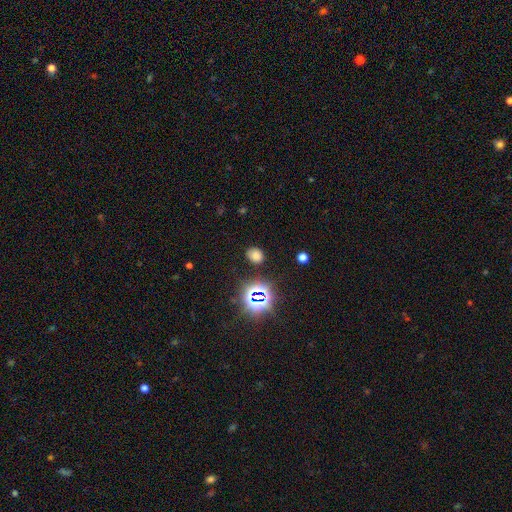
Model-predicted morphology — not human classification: smooth 69%, star or artifact 25%, featured or disk 7%. Down the decision tree: how rounded — round (51%); merging — none (84%).